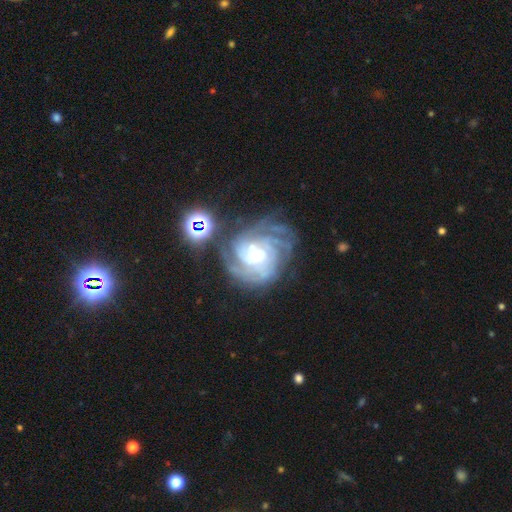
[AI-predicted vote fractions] A featured or disk galaxy (88%) with no bar (63%), 4 (26%) tight (70%) spiral arms (97%) and a small central bulge (53%). Merging: none (59%).